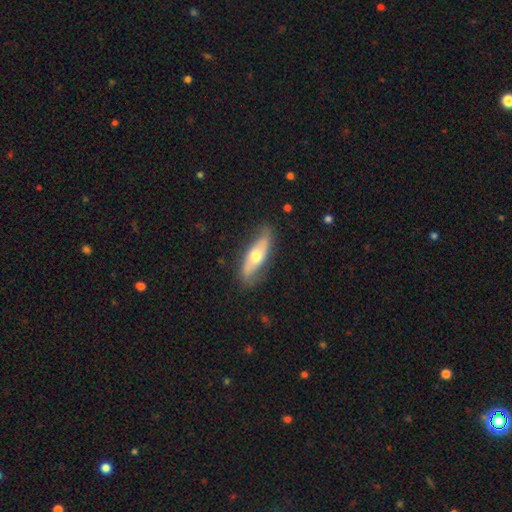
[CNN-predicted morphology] type=featured or disk (48%); merging=none (78%).